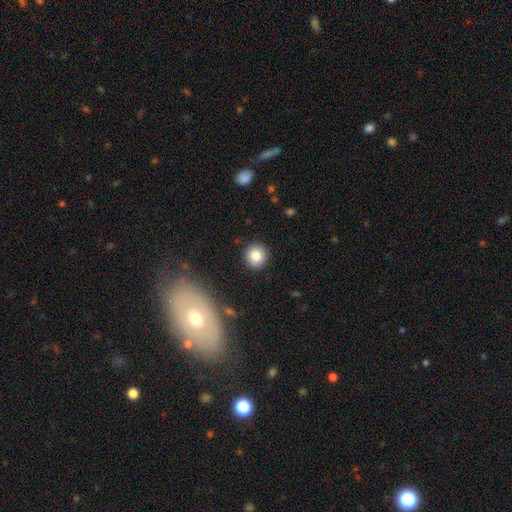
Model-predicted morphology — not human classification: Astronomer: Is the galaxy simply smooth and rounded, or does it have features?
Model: smooth — 83%.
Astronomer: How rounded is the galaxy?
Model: round — 92%.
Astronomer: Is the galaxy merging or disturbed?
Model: none — 91%.